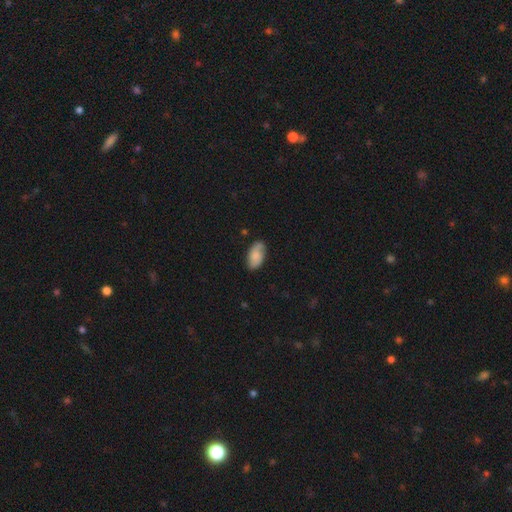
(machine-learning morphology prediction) This is likely a smooth galaxy (71%). How rounded: clearly in between (94%). Merging: likely none (78%).